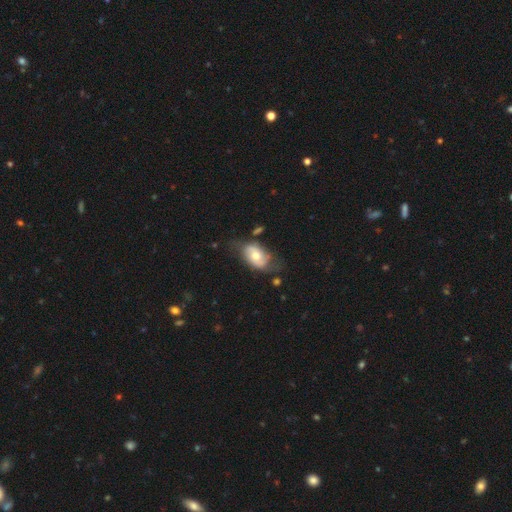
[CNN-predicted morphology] smooth_or_featured: smooth (p=0.51) [alt: featured or disk p=0.42]
how_rounded: in between (p=0.87) [alt: round p=0.11]
merging: none (p=0.52) [alt: minor disturbance p=0.29]